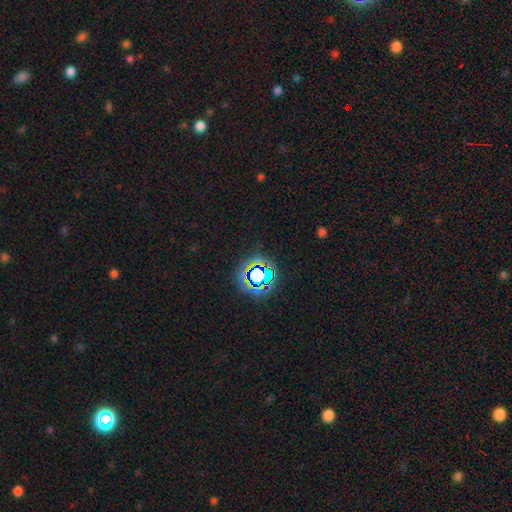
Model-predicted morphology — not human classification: type=star or artifact (79%).